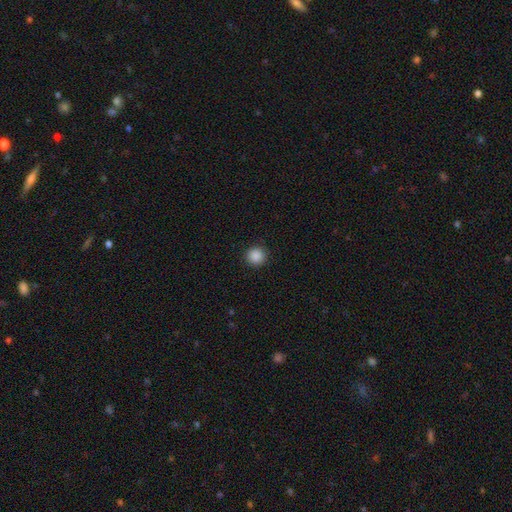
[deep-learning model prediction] A smooth galaxy with no disk features (88%) that is round (95%). Merging: none (92%).